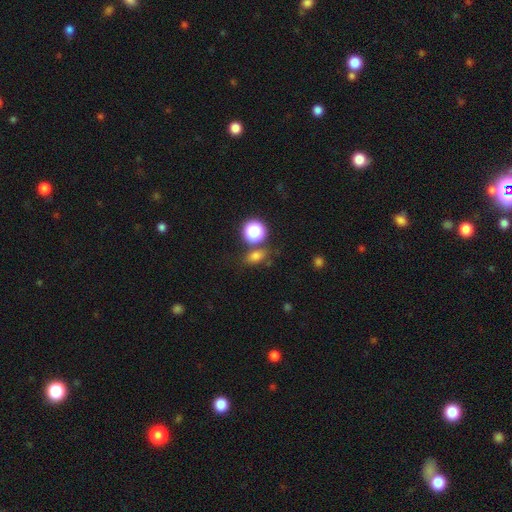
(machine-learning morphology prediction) Smooth or featured? Predicted: smooth (p=0.71). How rounded? Predicted: in between (p=0.64). Merging? Predicted: none (p=0.71).